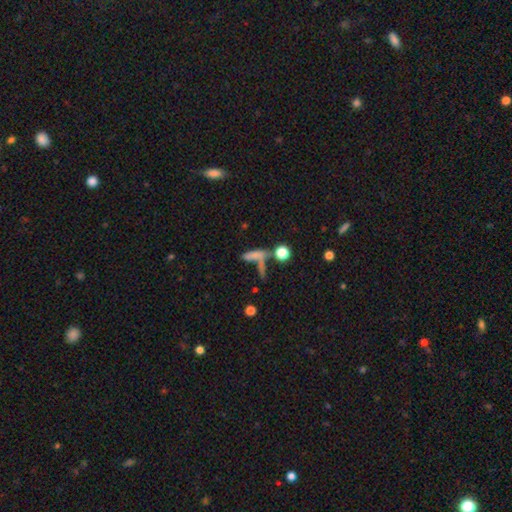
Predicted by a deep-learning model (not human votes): A smooth galaxy with no disk features (62%) that is cigar-shaped (55%).

Vote fractions:
- Smooth or featured? smooth: 62% / featured or disk: 23% / star or artifact: 16%
- How rounded? cigar-shaped: 55% / in between: 32% / round: 13%
- Merging? none: 37% / merger: 33% / major disturbance: 17% / minor disturbance: 14%